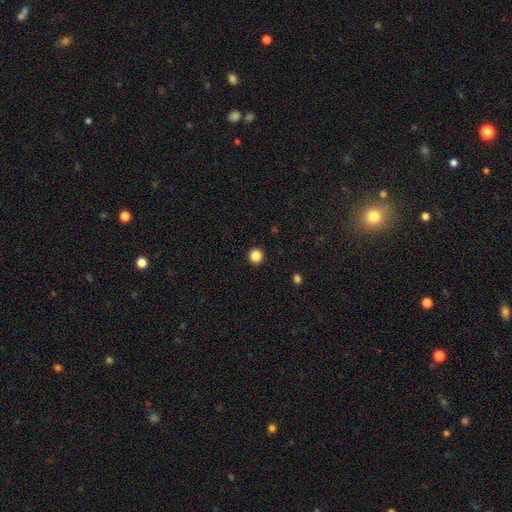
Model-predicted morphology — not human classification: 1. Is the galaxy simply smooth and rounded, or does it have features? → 86% smooth, 11% star or artifact, 3% featured or disk.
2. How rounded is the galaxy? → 93% round, 6% in between, 1% cigar-shaped.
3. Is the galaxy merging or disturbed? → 93% none, 4% minor disturbance, 2% major disturbance, 1% merger.